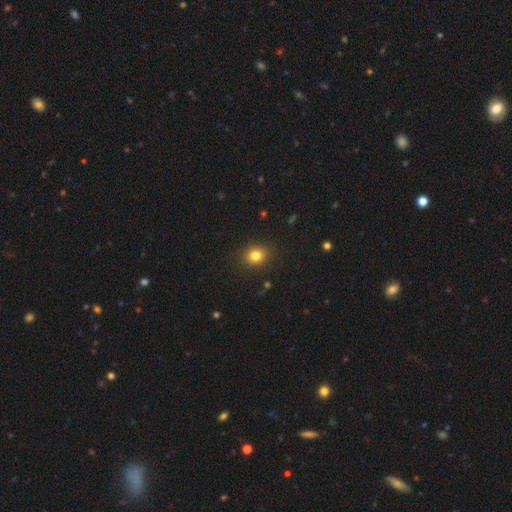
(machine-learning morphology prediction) Smooth or featured? Predicted: smooth (p=0.81). How rounded? Predicted: round (p=0.66). Merging? Predicted: none (p=0.87).